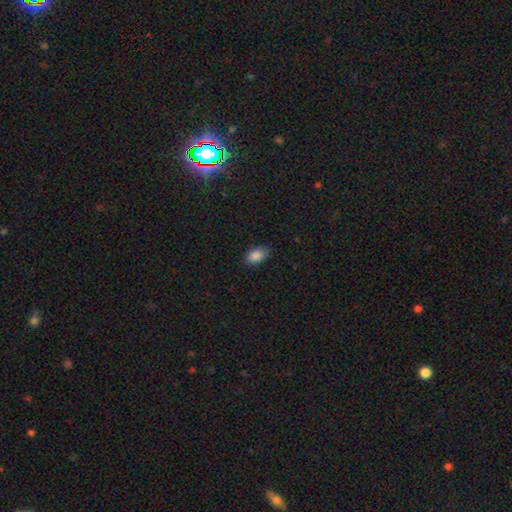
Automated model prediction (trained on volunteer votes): Q: Smooth or featured?
A: smooth (88%); runner-up: star or artifact (8%)
Q: How rounded?
A: in between (90%); runner-up: round (8%)
Q: Merging?
A: none (82%); runner-up: minor disturbance (14%)